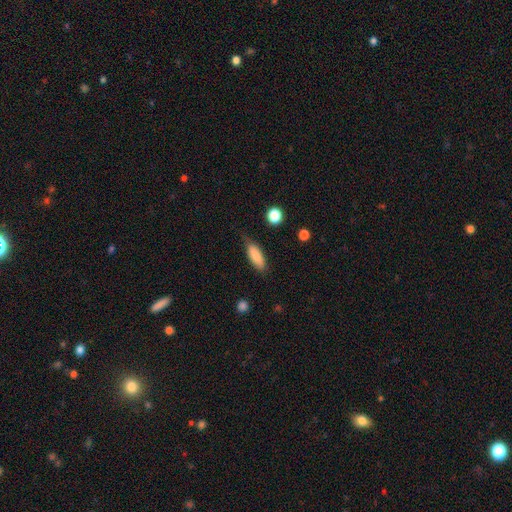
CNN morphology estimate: smooth 84%, featured or disk 9%, star or artifact 7%. Down the decision tree: how rounded — in between (68%); merging — none (67%).